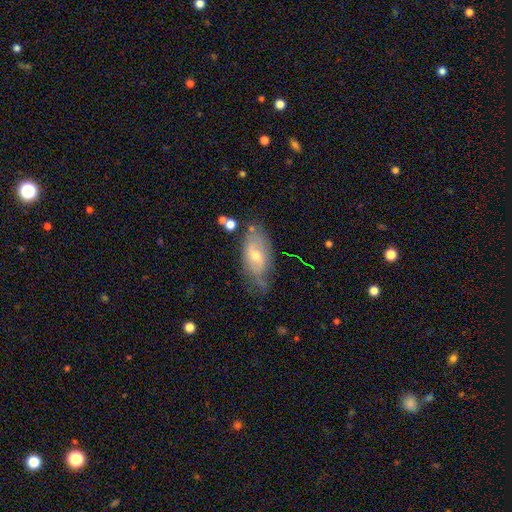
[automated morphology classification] featured or disk 53%, smooth 39%, star or artifact 8%. Down the decision tree: edge-on disk — no (84%); merging — none (54%).